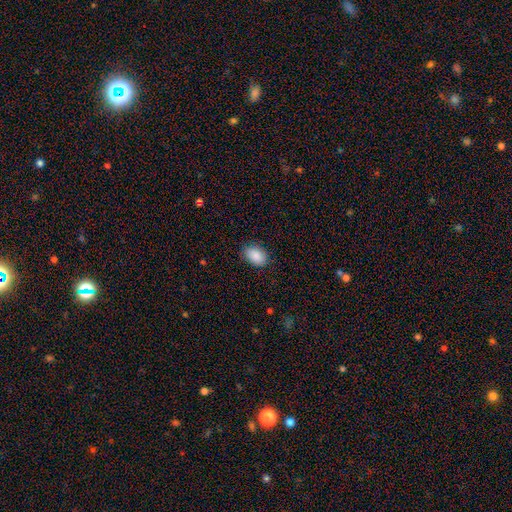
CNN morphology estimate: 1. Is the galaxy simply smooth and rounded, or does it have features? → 89% smooth, 7% star or artifact, 4% featured or disk.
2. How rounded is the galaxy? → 84% in between, 15% round, 1% cigar-shaped.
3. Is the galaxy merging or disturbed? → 86% none, 10% minor disturbance, 2% major disturbance, 1% merger.